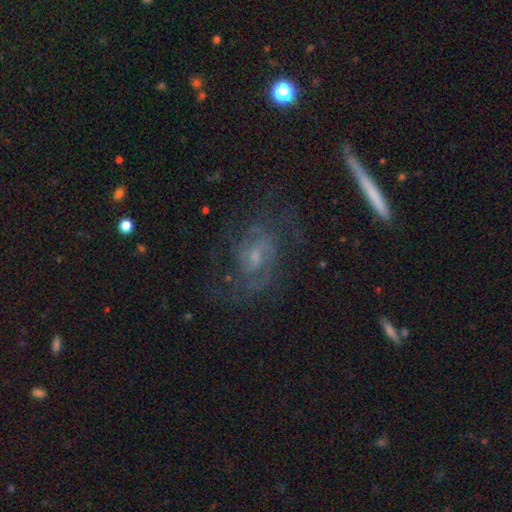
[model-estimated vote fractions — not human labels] A featured or disk galaxy (75%) with no bar (47%), 2 (56%) medium (45%) spiral arms (87%) and a small central bulge (56%). Merging: none (64%).